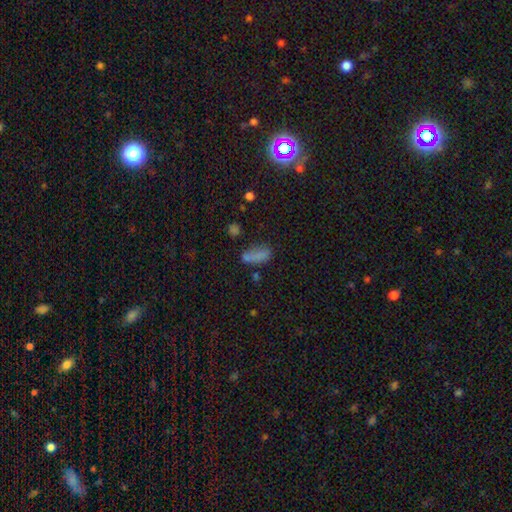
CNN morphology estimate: A smooth galaxy with no disk features (73%) that is in between round and cigar-shaped (74%).

Vote fractions:
- Smooth or featured? smooth: 73% / star or artifact: 16% / featured or disk: 11%
- How rounded? in between: 74% / cigar-shaped: 20% / round: 5%
- Merging? none: 48% / minor disturbance: 21% / merger: 19% / major disturbance: 12%